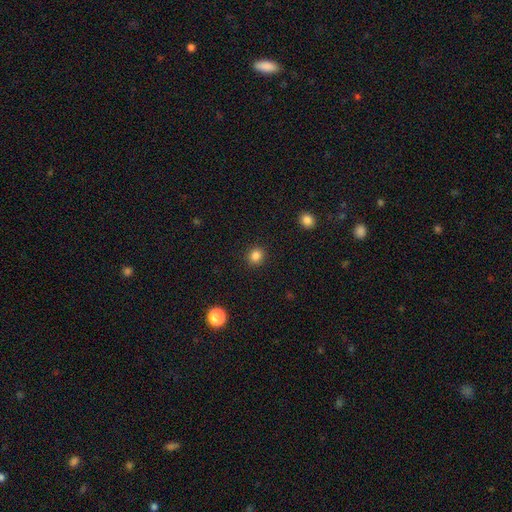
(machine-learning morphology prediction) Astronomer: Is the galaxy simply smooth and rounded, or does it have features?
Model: smooth — 85%.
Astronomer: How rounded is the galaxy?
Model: round — 85%.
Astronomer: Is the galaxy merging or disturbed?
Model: none — 91%.